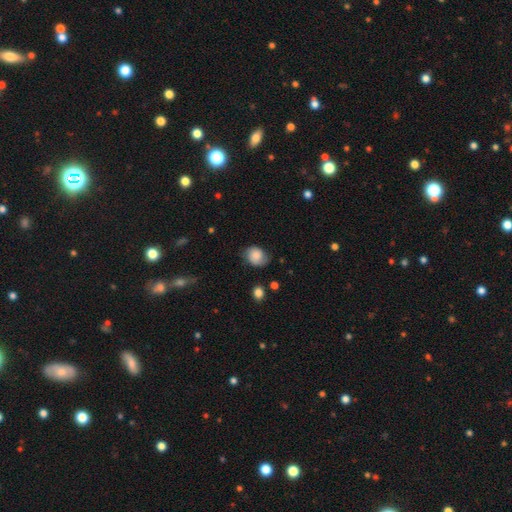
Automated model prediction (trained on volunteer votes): Q: Smooth or featured?
A: smooth (71%); runner-up: featured or disk (20%)
Q: How rounded?
A: round (56%); runner-up: in between (43%)
Q: Merging?
A: none (61%); runner-up: minor disturbance (29%)